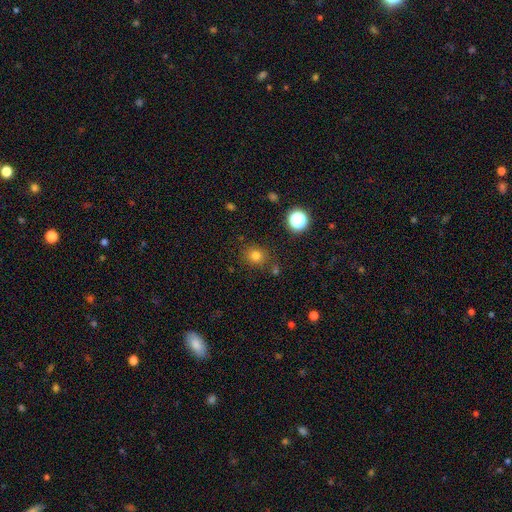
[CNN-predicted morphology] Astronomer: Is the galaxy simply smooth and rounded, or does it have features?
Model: smooth — 77%.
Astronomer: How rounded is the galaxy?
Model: round — 81%.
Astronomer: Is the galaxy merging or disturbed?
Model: none — 81%.